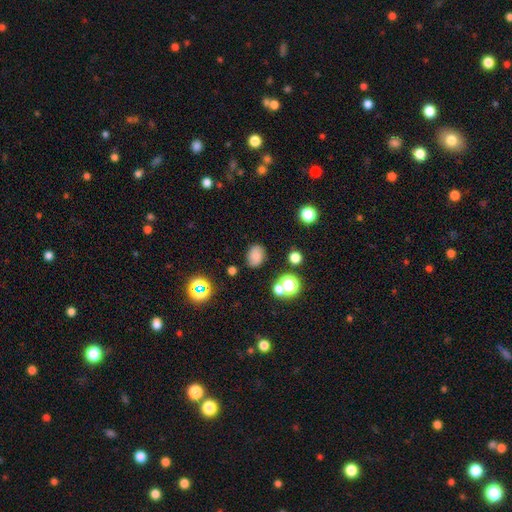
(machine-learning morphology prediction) smooth-or-featured: smooth: 76% | star or artifact: 15% | featured or disk: 9%
  how-rounded: in between: 70% | round: 28% | cigar-shaped: 1%
  merging: none: 77% | minor disturbance: 15% | major disturbance: 4% | merger: 4%